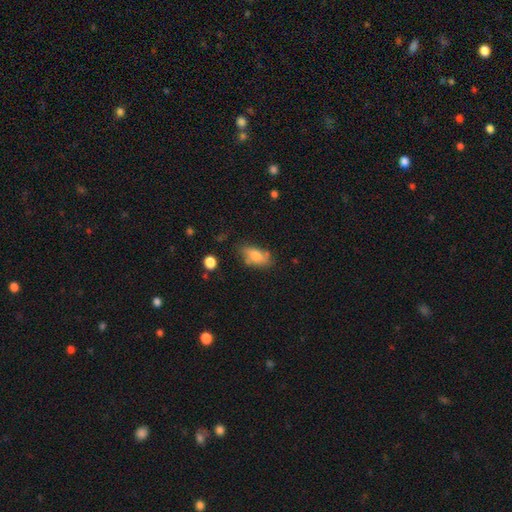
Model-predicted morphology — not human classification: This is likely a smooth galaxy (73%). How rounded: clearly in between (86%). Merging: likely none (63%).